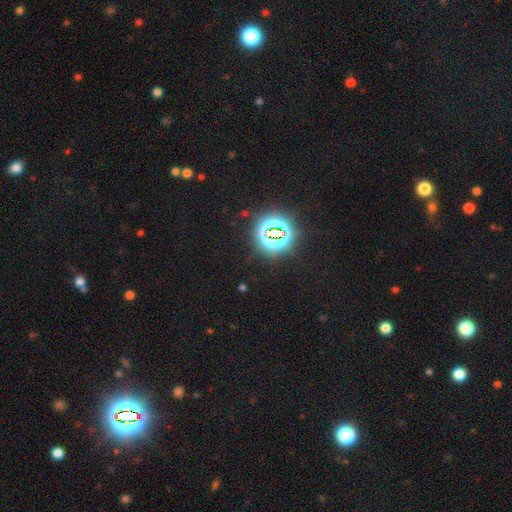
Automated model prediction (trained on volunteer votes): Morphology: type=star or artifact (83%).